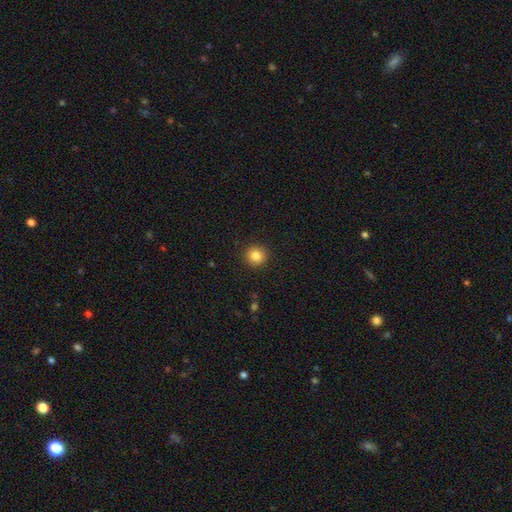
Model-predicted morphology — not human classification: This appears to be a smooth galaxy with no disk features (84%) that is round (93%). Merging: none (92%).